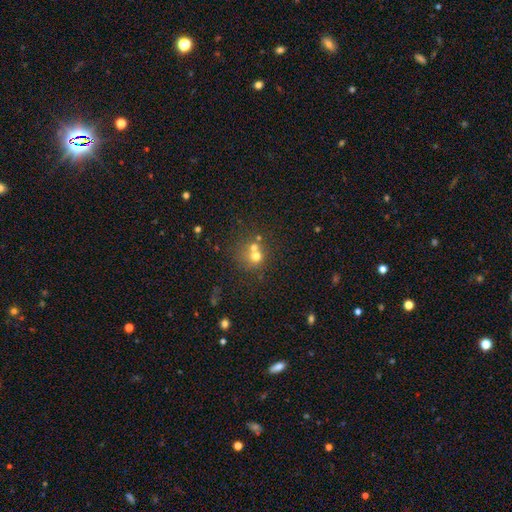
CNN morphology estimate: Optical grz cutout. It shows a smooth galaxy with no disk features (63%) that is round (84%). Merging: merger (44%).